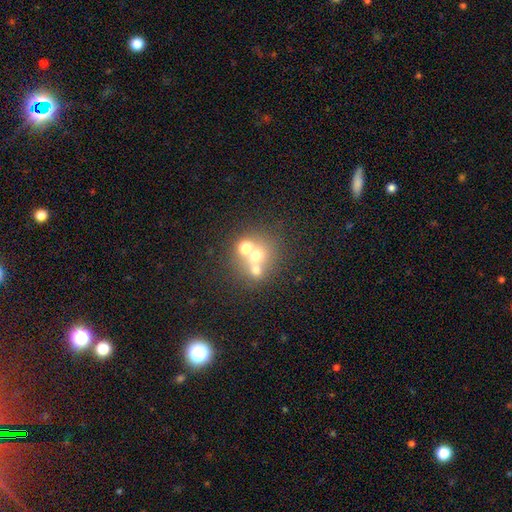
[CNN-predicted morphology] smooth_or_featured: smooth (p=0.57) [alt: featured or disk p=0.23]
how_rounded: round (p=0.82) [alt: in between p=0.17]
merging: merger (p=0.51) [alt: none p=0.39]